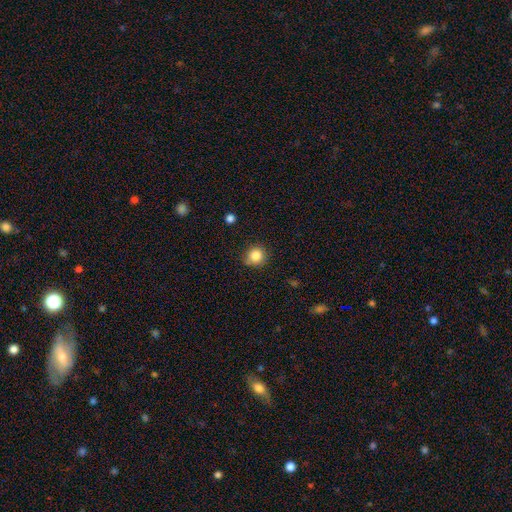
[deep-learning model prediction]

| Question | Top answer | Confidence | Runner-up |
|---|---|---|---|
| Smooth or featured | smooth | 84% | star or artifact (11%) |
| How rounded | round | 87% | in between (12%) |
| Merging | none | 80% | minor disturbance (16%) |